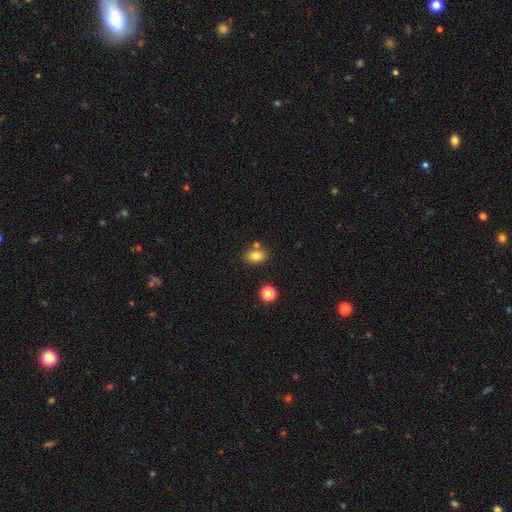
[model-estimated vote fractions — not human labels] smooth 81%, star or artifact 11%, featured or disk 9%. Down the decision tree: how rounded — in between (75%); merging — none (71%).